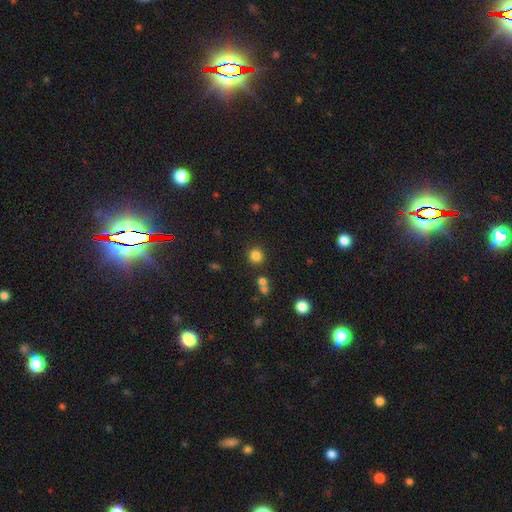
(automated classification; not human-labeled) Smooth or featured? smooth (81%)
How rounded? round (93%)
Merging? none (83%)